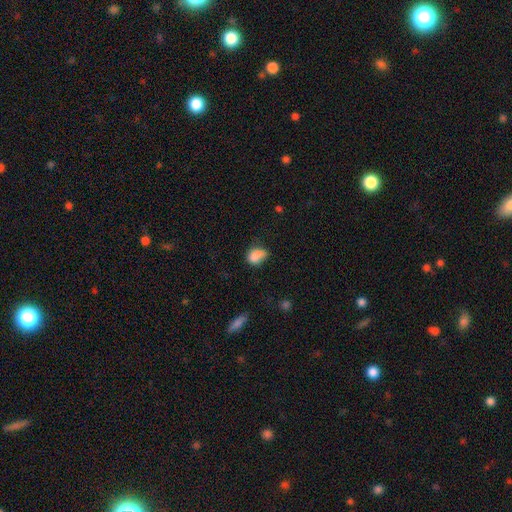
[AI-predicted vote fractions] smooth-or-featured: smooth: 83% | star or artifact: 10% | featured or disk: 7%
  how-rounded: in between: 72% | round: 27% | cigar-shaped: 2%
  merging: none: 41% | minor disturbance: 38% | major disturbance: 15% | merger: 5%